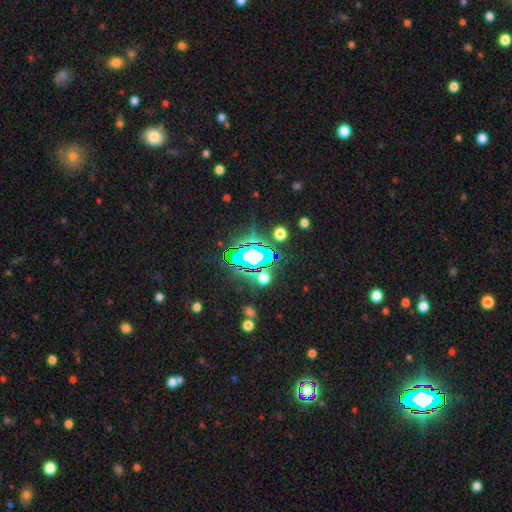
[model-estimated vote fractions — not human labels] This appears to be a star or artifact, not a galaxy (71%).